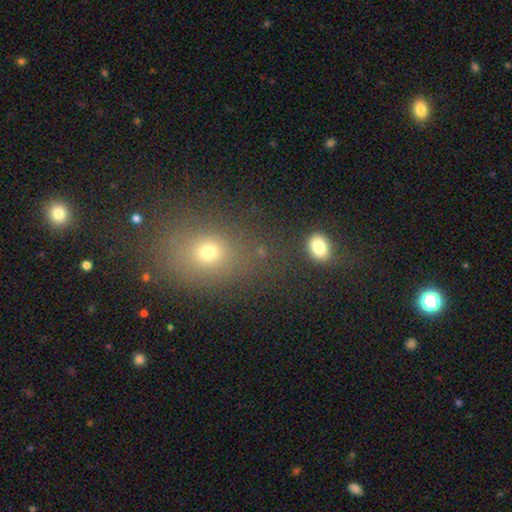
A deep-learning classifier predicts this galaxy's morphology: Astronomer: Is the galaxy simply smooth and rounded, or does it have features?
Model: smooth — 56% (runner-up: star or artifact, 33%).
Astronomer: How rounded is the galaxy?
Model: in between — 50% (runner-up: round, 48%).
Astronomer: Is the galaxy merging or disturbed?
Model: none — 76%.